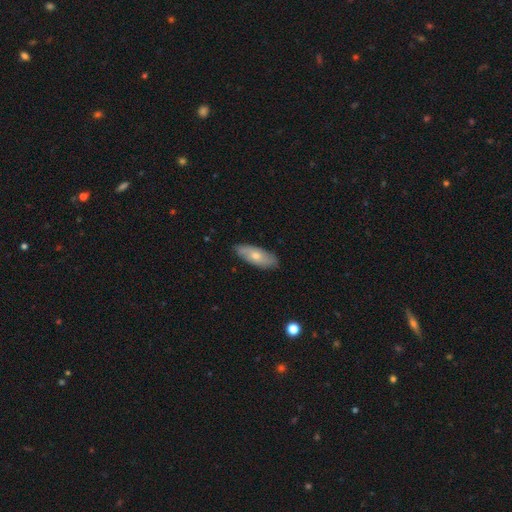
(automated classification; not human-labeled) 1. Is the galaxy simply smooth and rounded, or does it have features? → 63% smooth, 31% featured or disk, 6% star or artifact.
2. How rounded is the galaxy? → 77% in between, 21% cigar-shaped, 2% round.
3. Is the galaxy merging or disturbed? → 85% none, 12% minor disturbance, 2% major disturbance, 1% merger.